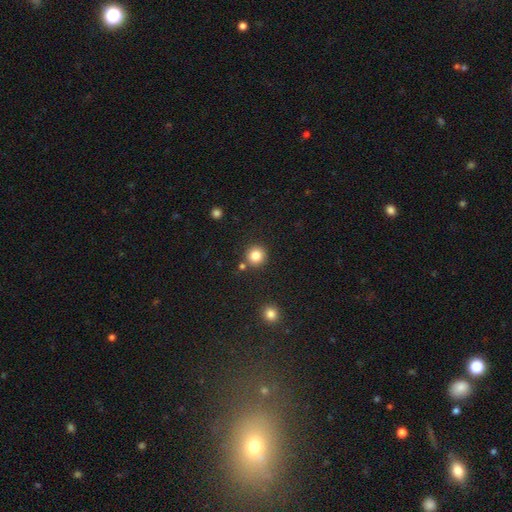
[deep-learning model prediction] Smooth or featured: smooth — 84% (star or artifact — 11%)
How rounded: round — 94% (in between — 5%)
Merging: none — 86% (minor disturbance — 6%)